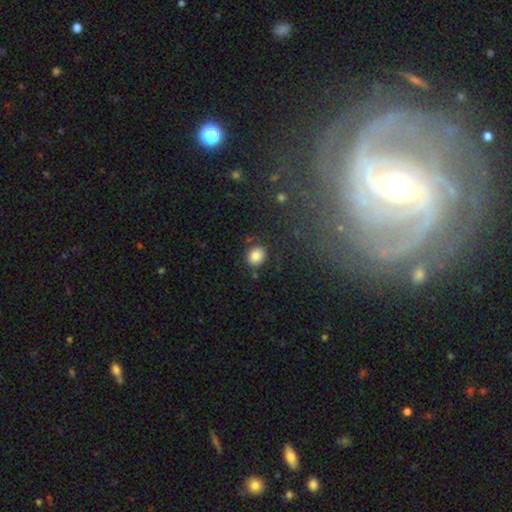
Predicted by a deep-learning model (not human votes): Smooth or featured? smooth (83%)
How rounded? round (68%)
Merging? none (80%)